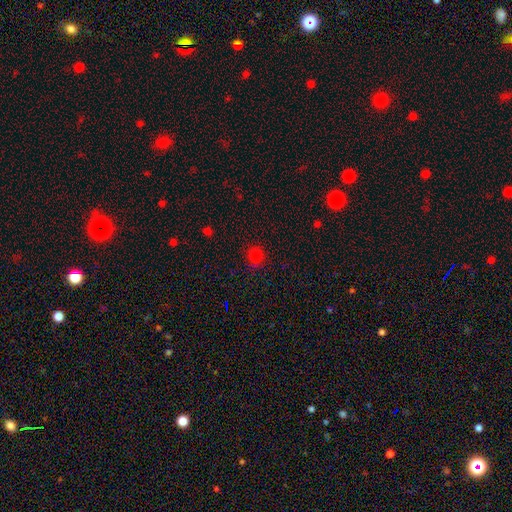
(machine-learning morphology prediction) Smooth or featured? smooth (76%)
How rounded? round (90%)
Merging? none (84%)